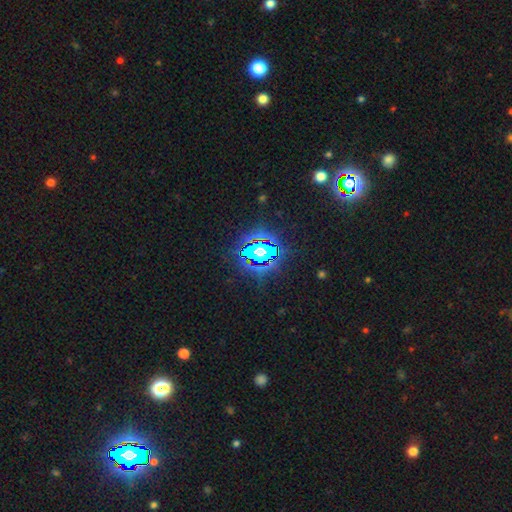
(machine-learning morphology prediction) A star or artifact, not a galaxy (71%).